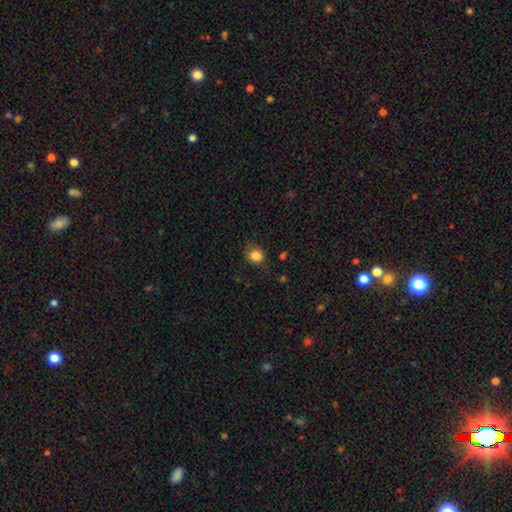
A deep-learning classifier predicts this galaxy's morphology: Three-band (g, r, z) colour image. It shows a smooth galaxy with no disk features (85%) that is round (79%). Merging: none (75%).